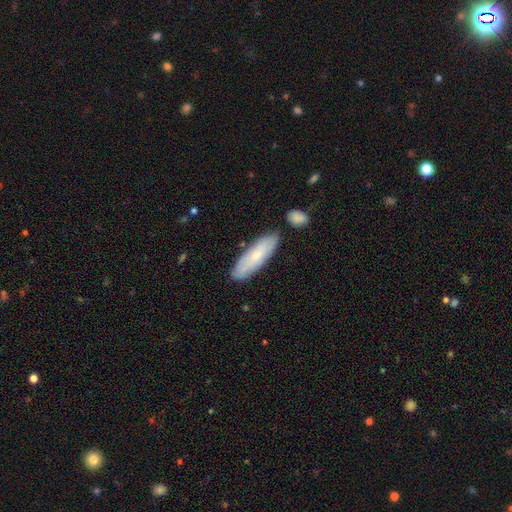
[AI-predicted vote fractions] The model was most divided on "how rounded": cigar-shaped: 53%, in between: 45%, round: 2%. More confident: merging — none (80%); smooth or featured — smooth (68%).